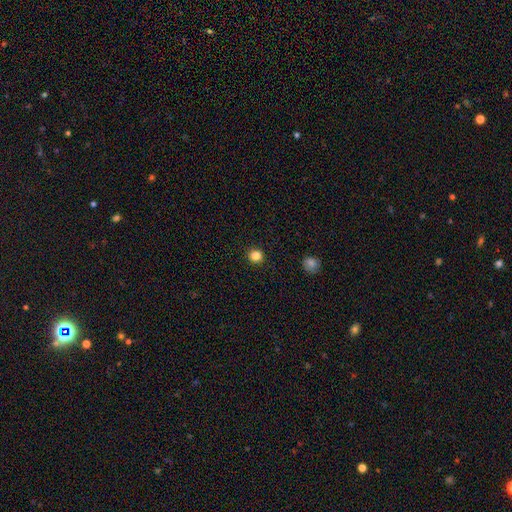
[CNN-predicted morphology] The model was most divided on "smooth or featured": smooth: 84%, star or artifact: 12%, featured or disk: 4%. More confident: how rounded — round (94%); merging — none (93%).